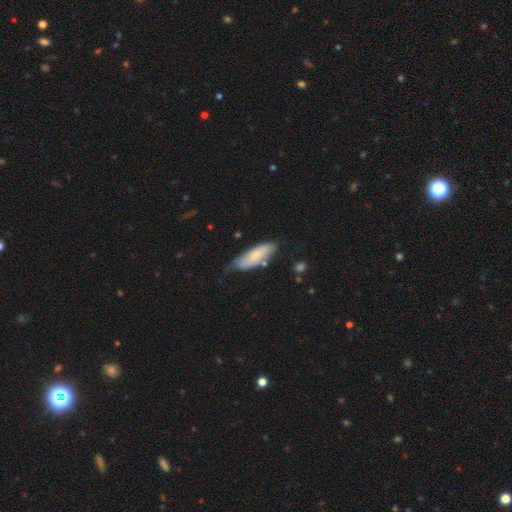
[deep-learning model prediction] Smooth or featured: smooth — 68% (featured or disk — 26%)
How rounded: in between — 60% (cigar-shaped — 38%)
Merging: none — 52% (minor disturbance — 34%)